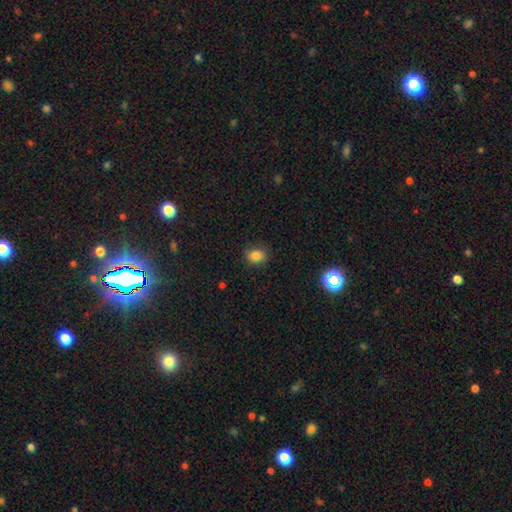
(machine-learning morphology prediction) This is clearly a smooth galaxy (82%). How rounded: possibly in between (59%). Merging: clearly none (83%).